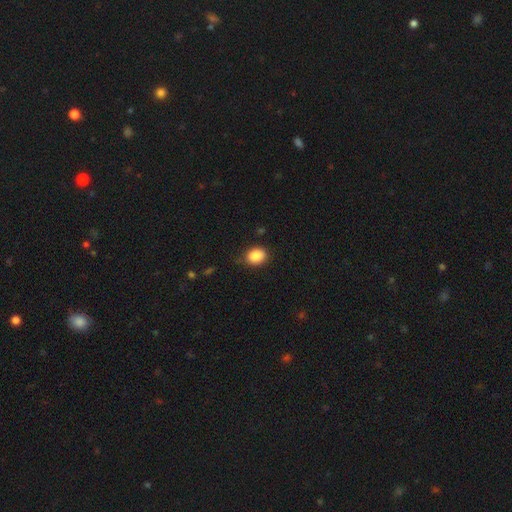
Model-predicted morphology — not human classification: This appears to be a smooth galaxy with no disk features (87%) that is in between round and cigar-shaped (52%). Merging: none (78%).